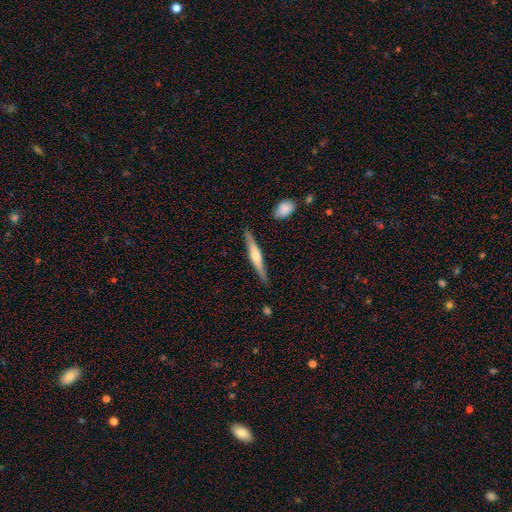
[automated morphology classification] This appears to be a featured or disk galaxy (61%) viewed edge-on (97%) with a rounded central bulge (84%). Merging: none (87%).